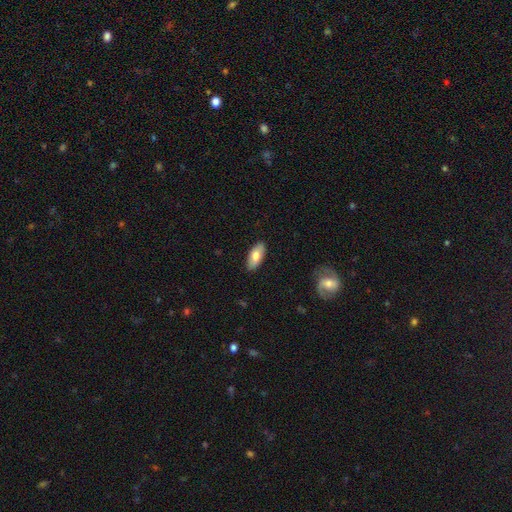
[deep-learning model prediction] This appears to be a smooth galaxy with no disk features (77%) that is in between round and cigar-shaped (89%). Merging: none (88%).